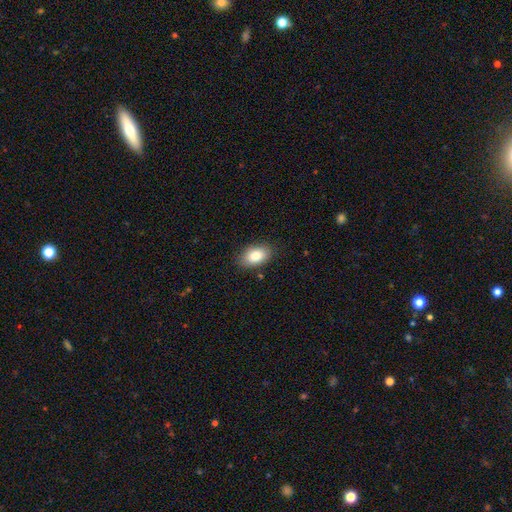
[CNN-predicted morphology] This is clearly a smooth galaxy (83%). How rounded: clearly in between (90%). Merging: clearly none (85%).